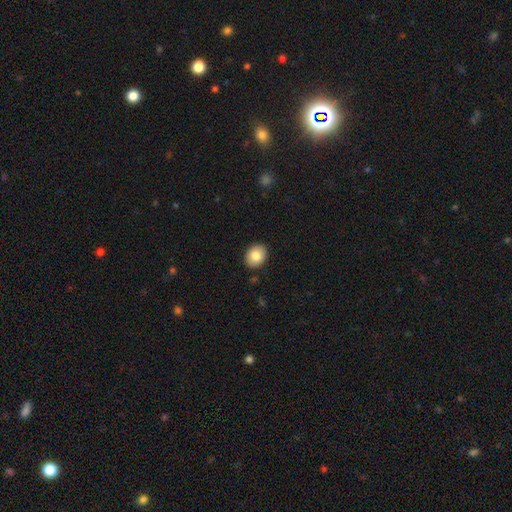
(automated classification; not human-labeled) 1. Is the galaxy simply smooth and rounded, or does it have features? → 83% smooth, 9% featured or disk, 8% star or artifact.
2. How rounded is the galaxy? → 50% in between, 49% round, 1% cigar-shaped.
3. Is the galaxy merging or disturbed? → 90% none, 7% minor disturbance, 2% major disturbance, 1% merger.